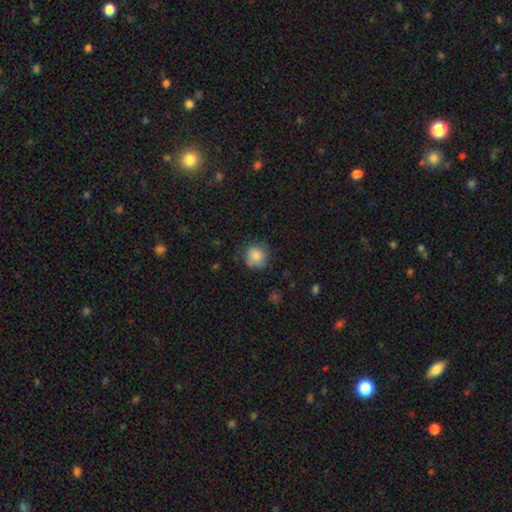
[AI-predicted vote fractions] A smooth galaxy with no disk features (84%) that is round (90%).

Vote fractions:
- Smooth or featured? smooth: 84% / star or artifact: 9% / featured or disk: 7%
- How rounded? round: 90% / in between: 9% / cigar-shaped: 1%
- Merging? none: 78% / minor disturbance: 16% / major disturbance: 4% / merger: 2%